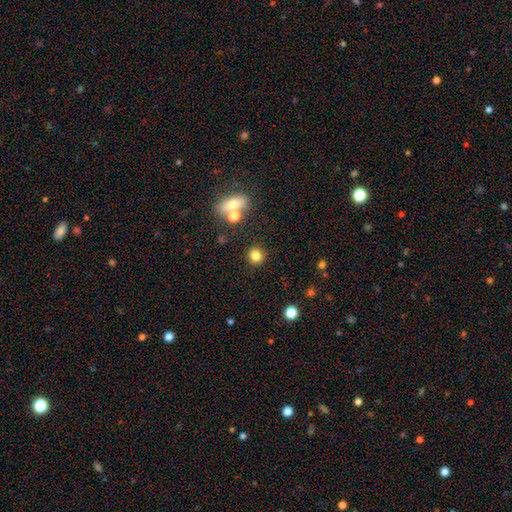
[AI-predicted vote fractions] smooth_or_featured: smooth (p=0.81) [alt: star or artifact p=0.13]
how_rounded: round (p=0.88) [alt: in between p=0.11]
merging: none (p=0.85) [alt: minor disturbance p=0.07]